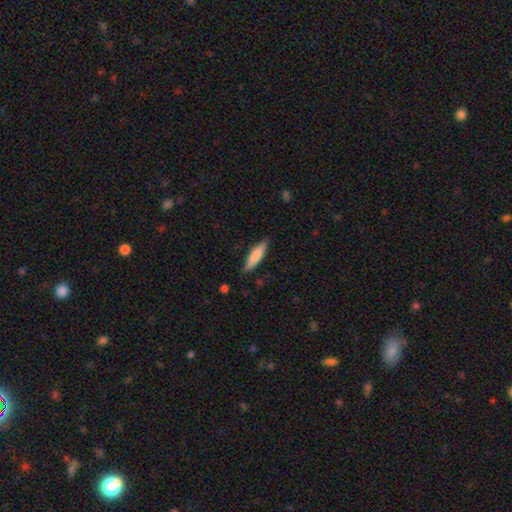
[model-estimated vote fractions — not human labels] The model was most divided on "how rounded": cigar-shaped: 76%, in between: 23%, round: 1%. More confident: merging — none (85%); smooth or featured — smooth (78%).